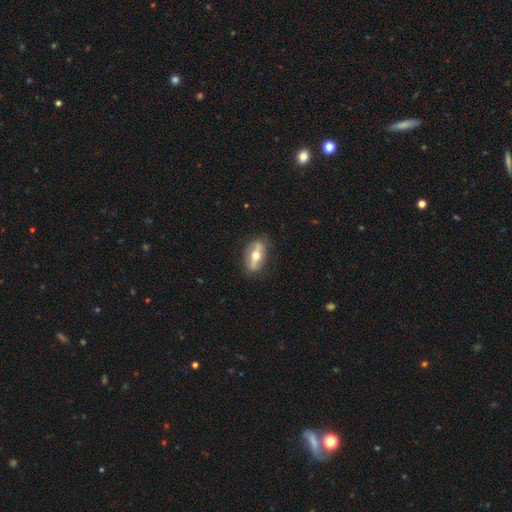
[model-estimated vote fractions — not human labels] Smooth or featured: featured or disk — 58% (smooth — 36%)
Edge-on disk: no — 63% (yes — 37%)
Merging: none — 81% (minor disturbance — 14%)